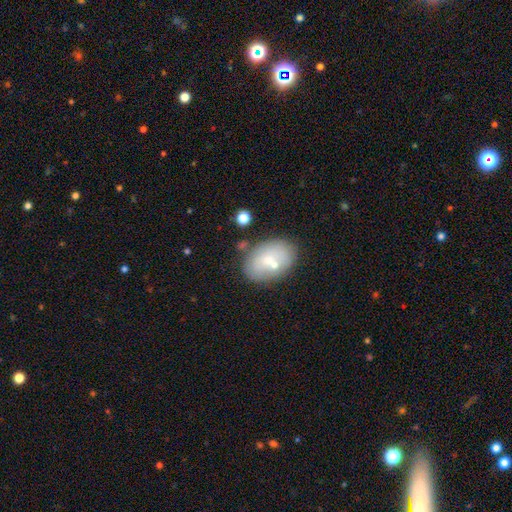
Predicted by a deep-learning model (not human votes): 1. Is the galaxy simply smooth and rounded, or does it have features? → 60% smooth, 31% featured or disk, 9% star or artifact.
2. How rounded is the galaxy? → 83% in between, 16% round, 1% cigar-shaped.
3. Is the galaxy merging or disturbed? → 65% none, 17% minor disturbance, 13% merger, 5% major disturbance.